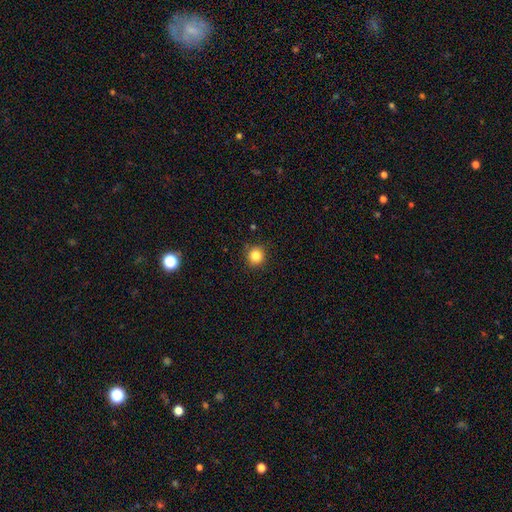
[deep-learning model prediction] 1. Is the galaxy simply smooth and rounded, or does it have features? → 84% smooth, 11% star or artifact, 5% featured or disk.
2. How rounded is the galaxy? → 93% round, 6% in between, 1% cigar-shaped.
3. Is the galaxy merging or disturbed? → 89% none, 7% minor disturbance, 2% major disturbance, 1% merger.